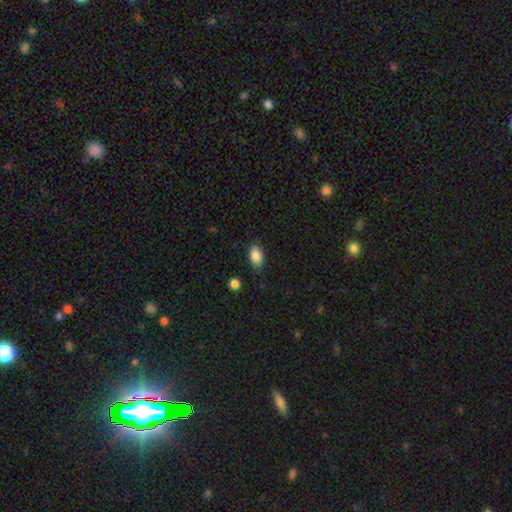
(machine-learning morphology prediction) A smooth galaxy with no disk features (88%) that is in between round and cigar-shaped (90%).

Vote fractions:
- Smooth or featured? smooth: 88% / star or artifact: 8% / featured or disk: 4%
- How rounded? in between: 90% / round: 9% / cigar-shaped: 2%
- Merging? none: 84% / minor disturbance: 12% / major disturbance: 3% / merger: 2%